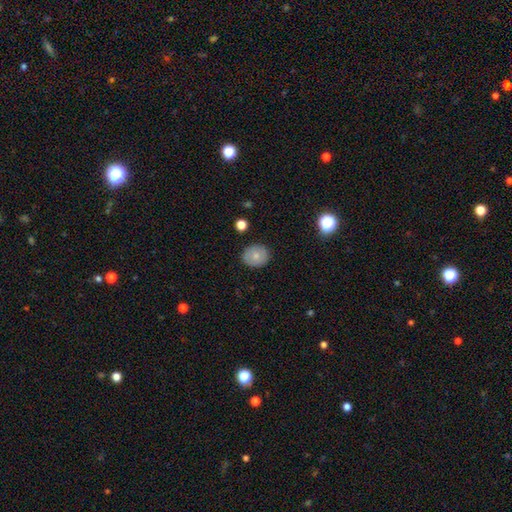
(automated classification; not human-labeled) This is likely a smooth galaxy (74%). How rounded: likely round (70%). Merging: clearly none (87%).